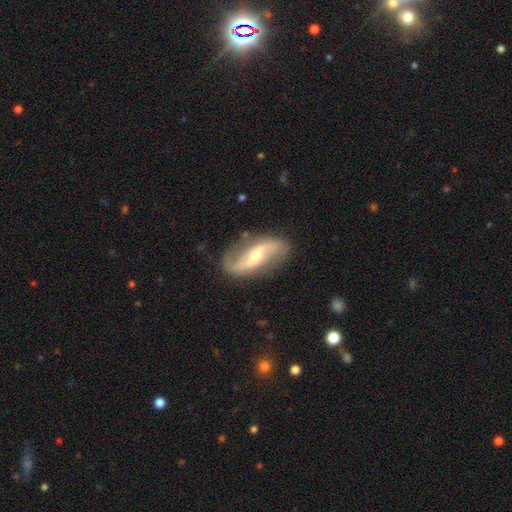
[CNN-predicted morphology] Overall: featured or disk (87%). Edge-on disk: no (94%). Bar: strong (43%; weak 36%). Spiral arms: yes (95%). Spiral arm count: 2 (92%). Spiral winding: loose (72%). Bulge size: moderate (47%; small 46%). Merging: none (82%).